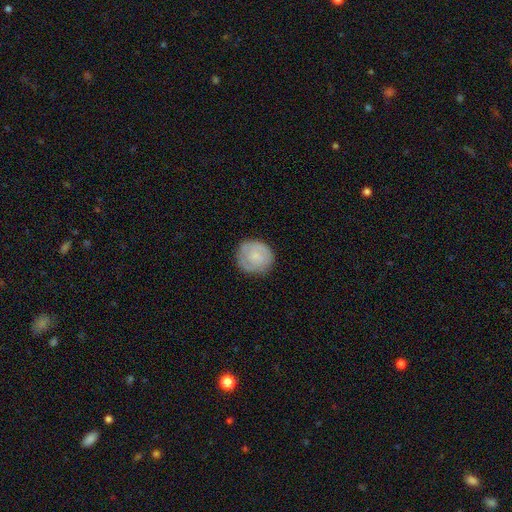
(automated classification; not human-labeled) Smooth or featured? smooth (61%)
How rounded? round (88%)
Merging? none (81%)